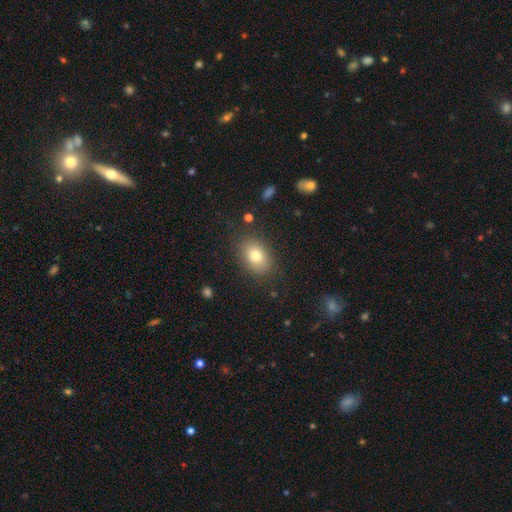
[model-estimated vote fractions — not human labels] Smooth or featured?
  - smooth: 79% *
  - featured or disk: 11%
  - star or artifact: 10%
How rounded?
  - in between: 77% *
  - round: 22%
  - cigar-shaped: 1%
Merging?
  - none: 84% *
  - minor disturbance: 11%
  - major disturbance: 4%
  - merger: 2%